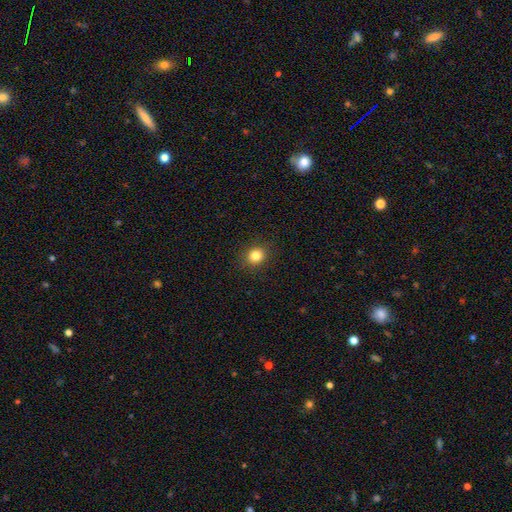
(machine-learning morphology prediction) type=smooth (83%); roundness=round (77%); merging=none (90%).